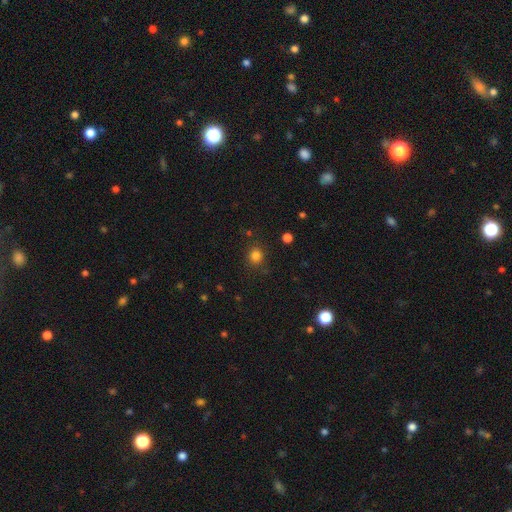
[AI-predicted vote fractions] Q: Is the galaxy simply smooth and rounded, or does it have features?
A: smooth — 81%.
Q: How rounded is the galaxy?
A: round — 86%.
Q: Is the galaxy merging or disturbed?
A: none — 85%.